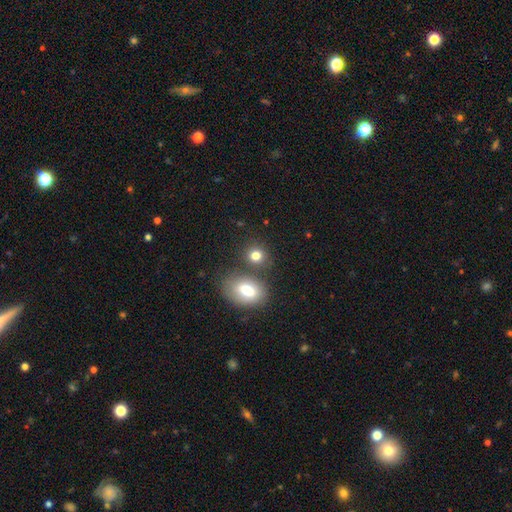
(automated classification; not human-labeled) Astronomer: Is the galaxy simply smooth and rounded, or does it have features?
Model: smooth — 78%.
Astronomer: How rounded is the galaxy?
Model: round — 69%.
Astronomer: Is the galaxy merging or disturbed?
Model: none — 66%.